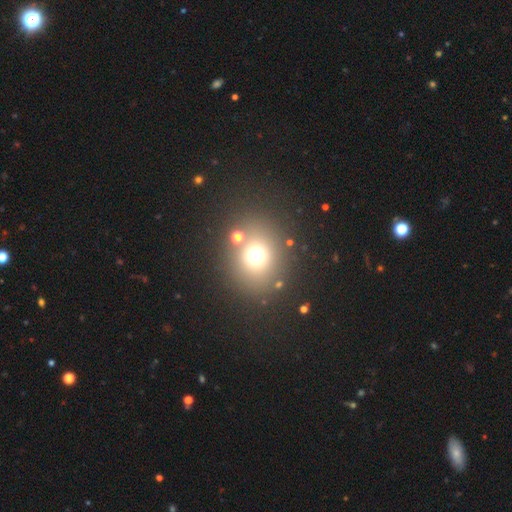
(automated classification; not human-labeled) Smooth or featured? Predicted: smooth (p=0.64). How rounded? Predicted: round (p=0.80). Merging? Predicted: none (p=0.76).